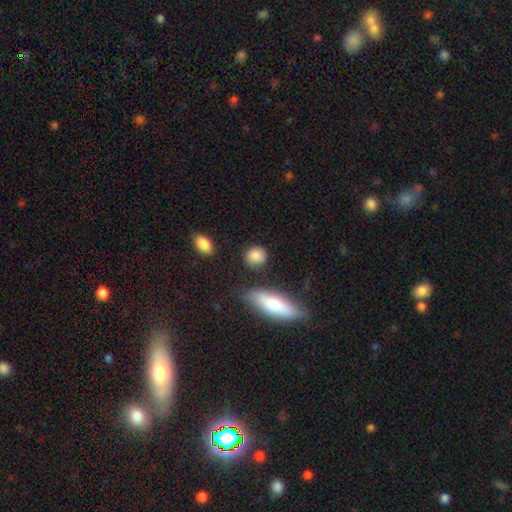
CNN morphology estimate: Smooth or featured? Predicted: smooth (p=0.86). How rounded? Predicted: round (p=0.73). Merging? Predicted: none (p=0.82).